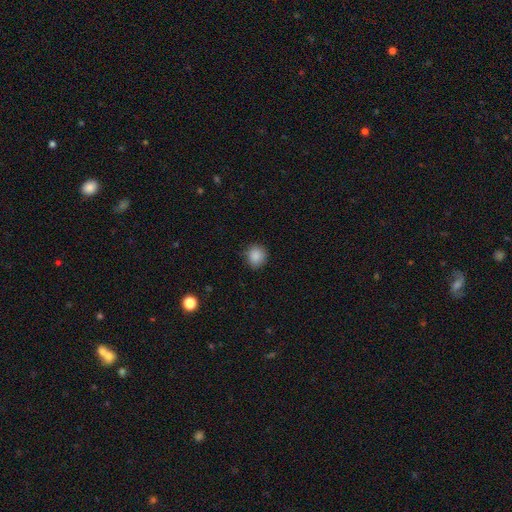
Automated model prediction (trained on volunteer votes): A smooth galaxy with no disk features (87%) that is round (84%).

Vote fractions:
- Smooth or featured? smooth: 87% / star or artifact: 9% / featured or disk: 3%
- How rounded? round: 84% / in between: 15% / cigar-shaped: 1%
- Merging? none: 83% / minor disturbance: 14% / major disturbance: 3% / merger: 1%